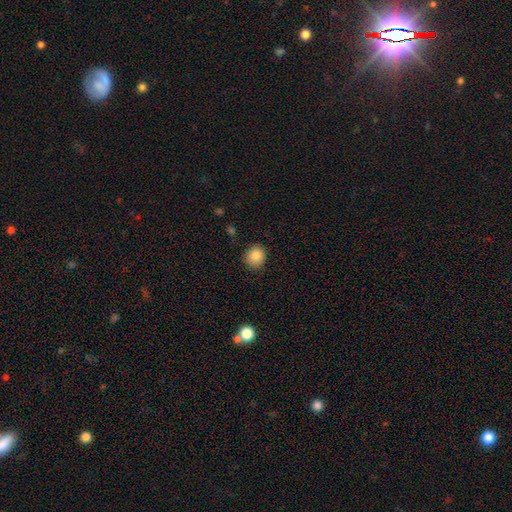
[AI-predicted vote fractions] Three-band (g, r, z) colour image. It shows a smooth galaxy with no disk features (85%) that is round (78%). Merging: none (86%).